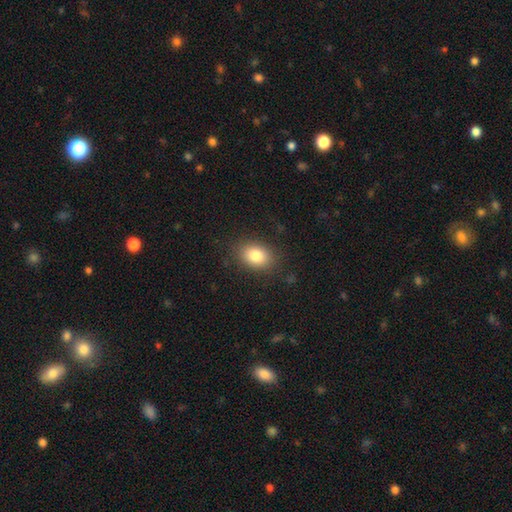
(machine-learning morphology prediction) A smooth galaxy with no disk features (83%) that is in between round and cigar-shaped (76%).

Vote fractions:
- Smooth or featured? smooth: 83% / star or artifact: 9% / featured or disk: 8%
- How rounded? in between: 76% / round: 23% / cigar-shaped: 1%
- Merging? none: 85% / minor disturbance: 10% / major disturbance: 4% / merger: 1%